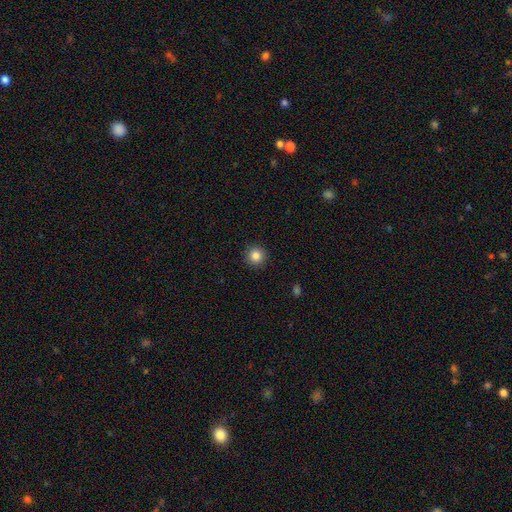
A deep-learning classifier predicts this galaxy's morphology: The model was most divided on "smooth or featured": smooth: 84%, star or artifact: 11%, featured or disk: 5%. More confident: how rounded — round (96%); merging — none (92%).